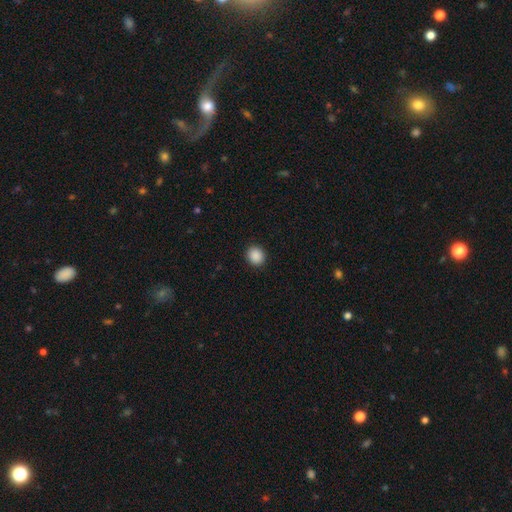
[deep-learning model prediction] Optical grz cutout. It shows a smooth galaxy with no disk features (89%) that is round (78%). Merging: none (92%).